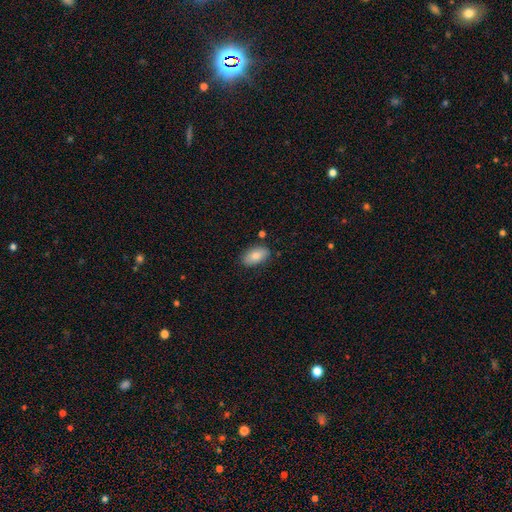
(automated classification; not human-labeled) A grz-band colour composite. It shows a smooth galaxy with no disk features (81%) that is in between round and cigar-shaped (93%). Merging: none (83%).